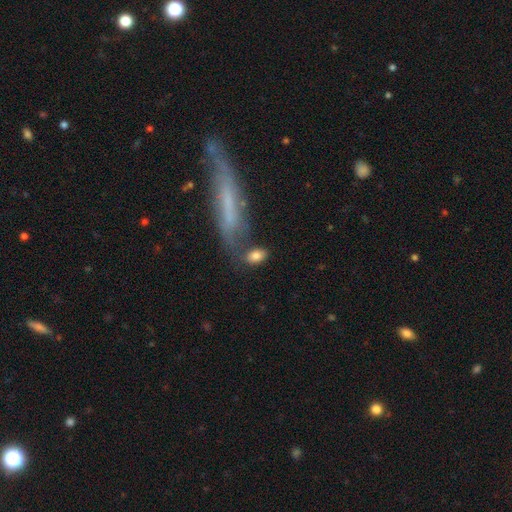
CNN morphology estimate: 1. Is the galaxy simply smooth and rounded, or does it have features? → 82% smooth, 10% featured or disk, 8% star or artifact.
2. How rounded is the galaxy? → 87% in between, 8% round, 5% cigar-shaped.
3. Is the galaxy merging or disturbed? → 59% none, 17% minor disturbance, 14% merger, 9% major disturbance.